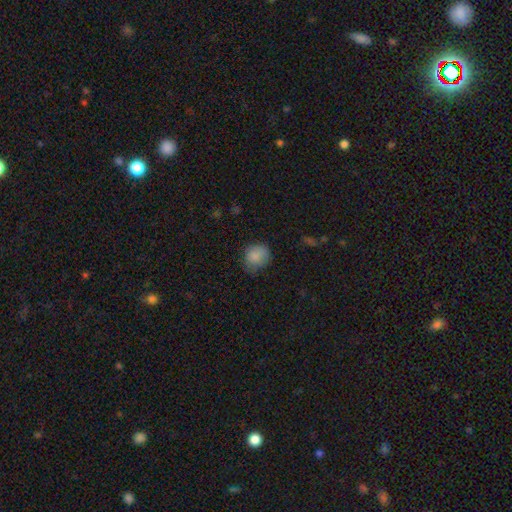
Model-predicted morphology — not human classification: Smooth or featured?
  - smooth: 84% *
  - star or artifact: 9%
  - featured or disk: 7%
How rounded?
  - round: 71% *
  - in between: 28%
  - cigar-shaped: 1%
Merging?
  - none: 58% *
  - minor disturbance: 32%
  - major disturbance: 8%
  - merger: 1%